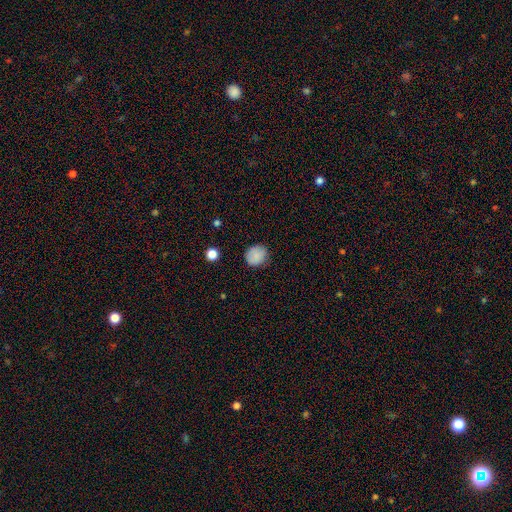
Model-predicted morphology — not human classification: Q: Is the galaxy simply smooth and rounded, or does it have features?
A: smooth — 85%.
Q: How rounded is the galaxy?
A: round — 80%.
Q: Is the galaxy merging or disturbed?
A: none — 81%.